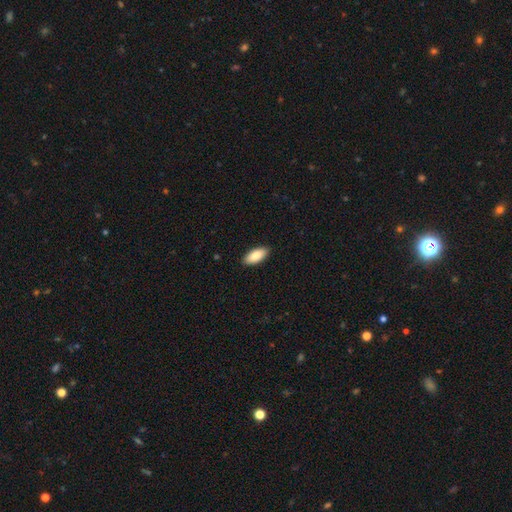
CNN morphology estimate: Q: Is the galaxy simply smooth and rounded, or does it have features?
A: smooth — 87%.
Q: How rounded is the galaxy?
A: in between — 88%.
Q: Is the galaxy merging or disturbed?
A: none — 90%.